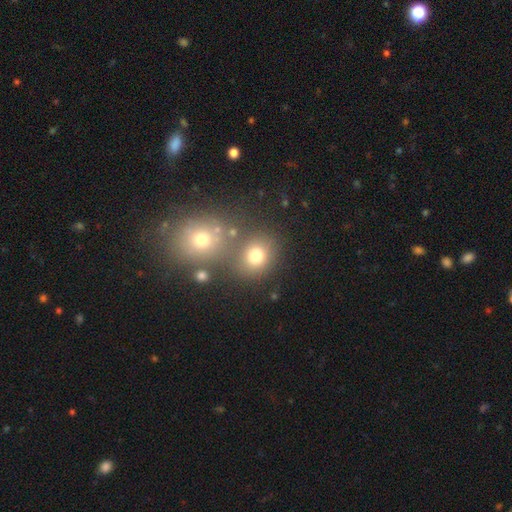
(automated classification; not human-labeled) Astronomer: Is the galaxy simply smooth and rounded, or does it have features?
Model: smooth — 75%.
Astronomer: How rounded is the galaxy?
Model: round — 79%.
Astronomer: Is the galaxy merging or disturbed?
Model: none — 62%.